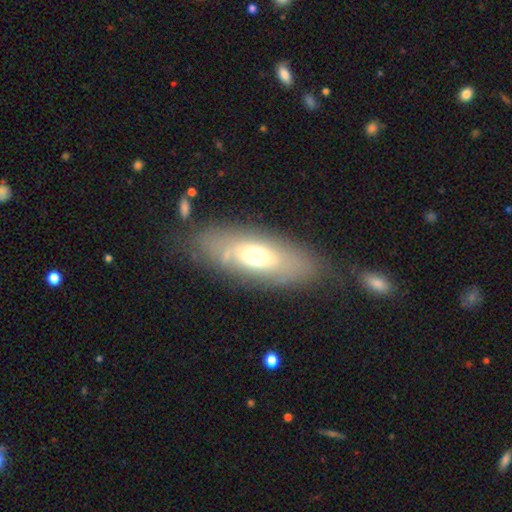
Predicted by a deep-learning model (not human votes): Smooth or featured? smooth (54%)
How rounded? in between (76%)
Merging? none (73%)